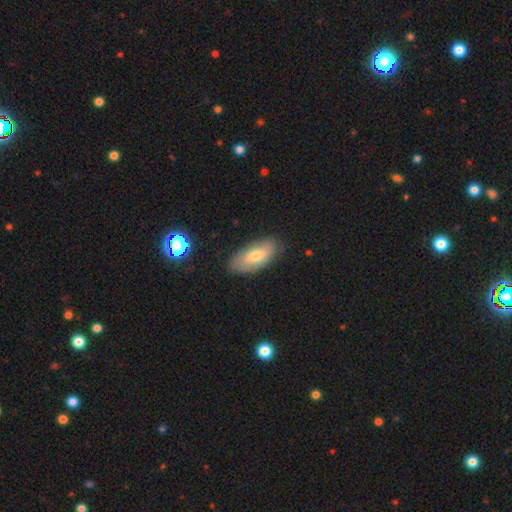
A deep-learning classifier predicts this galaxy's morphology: A smooth galaxy with no disk features (69%) that is in between round and cigar-shaped (88%). Merging: none (80%).